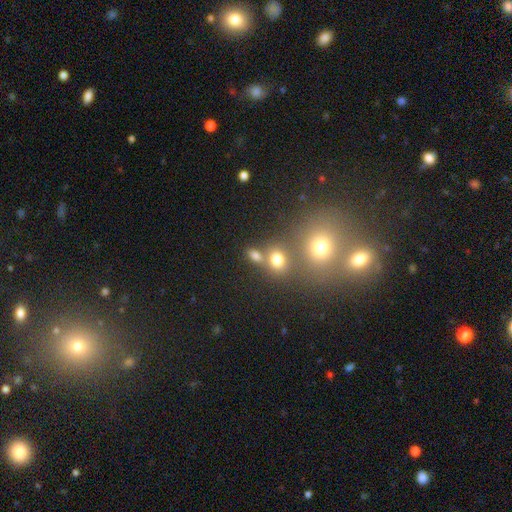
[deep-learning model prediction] This appears to be a smooth galaxy with no disk features (73%) that is in between round and cigar-shaped (57%). Merging: none (52%).